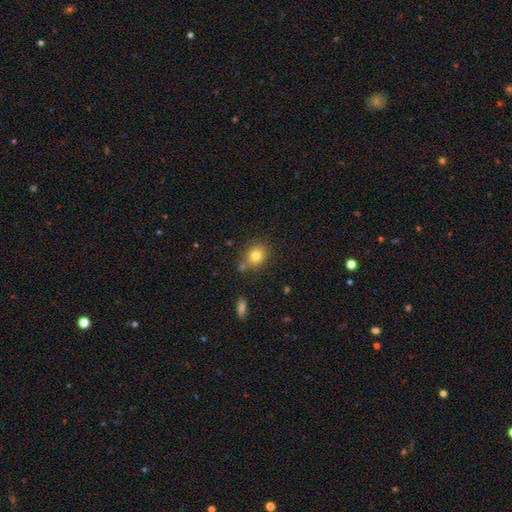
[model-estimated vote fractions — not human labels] Smooth or featured? smooth (79%)
How rounded? round (71%)
Merging? none (75%)